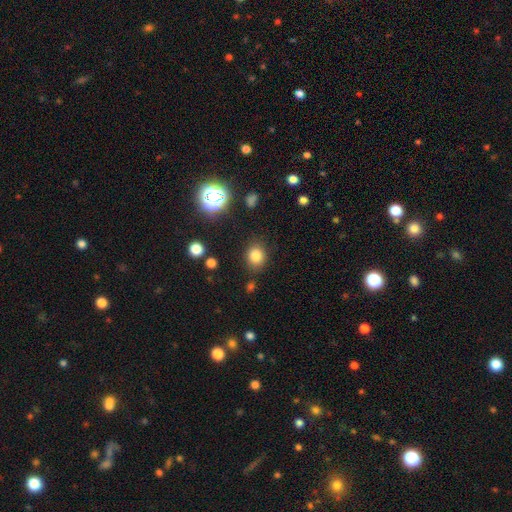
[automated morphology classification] smooth 80%, star or artifact 14%, featured or disk 6%. Down the decision tree: how rounded — round (68%); merging — none (82%).